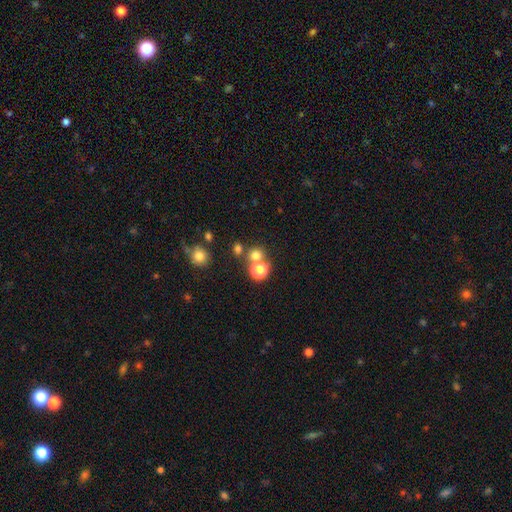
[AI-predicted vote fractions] smooth-or-featured: smooth: 73% | star or artifact: 20% | featured or disk: 8%
  how-rounded: round: 87% | in between: 12% | cigar-shaped: 1%
  merging: none: 61% | merger: 29% | minor disturbance: 7% | major disturbance: 3%